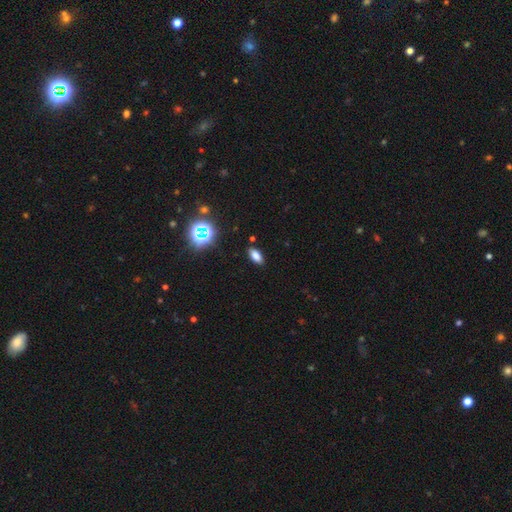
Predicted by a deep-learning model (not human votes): This is likely a smooth galaxy (76%). How rounded: clearly in between (85%). Merging: clearly none (88%).